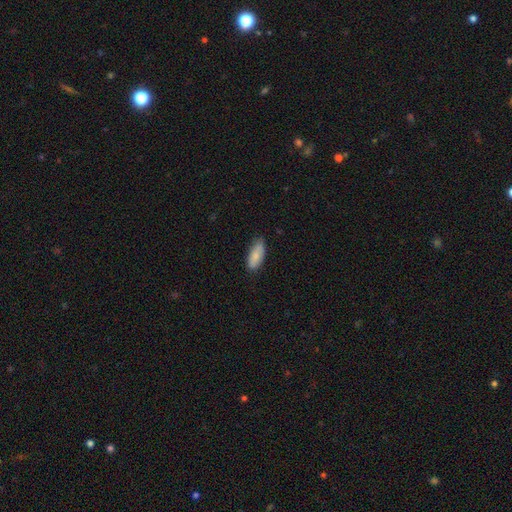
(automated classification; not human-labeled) smooth_or_featured: smooth (p=0.83) [alt: featured or disk p=0.11]
how_rounded: in between (p=0.82) [alt: cigar-shaped p=0.17]
merging: none (p=0.78) [alt: minor disturbance p=0.18]